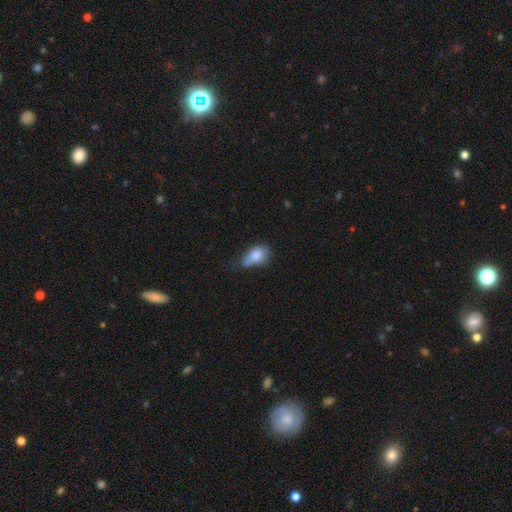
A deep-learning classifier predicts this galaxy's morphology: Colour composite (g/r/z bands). It shows a smooth galaxy with no disk features (77%) that is in between round and cigar-shaped (81%). Merging: minor disturbance (38%).